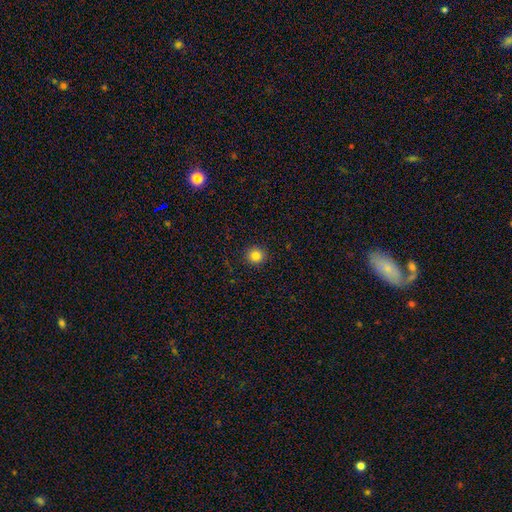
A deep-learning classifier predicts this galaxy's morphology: The model was most divided on "smooth or featured": smooth: 84%, star or artifact: 11%, featured or disk: 5%. More confident: how rounded — round (92%); merging — none (92%).